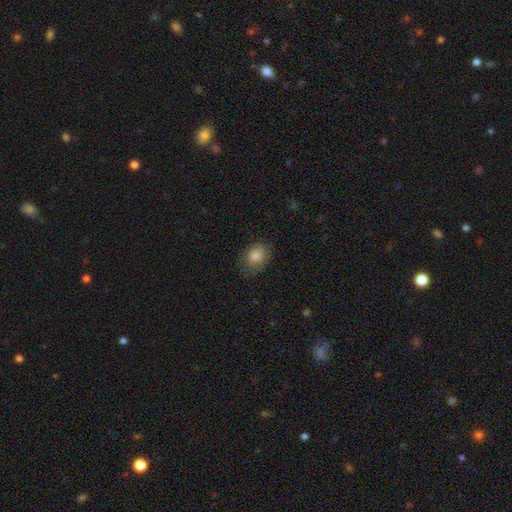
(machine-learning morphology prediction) smooth_or_featured: smooth (p=0.79) [alt: featured or disk p=0.11]
how_rounded: in between (p=0.57) [alt: round p=0.42]
merging: none (p=0.68) [alt: minor disturbance p=0.23]